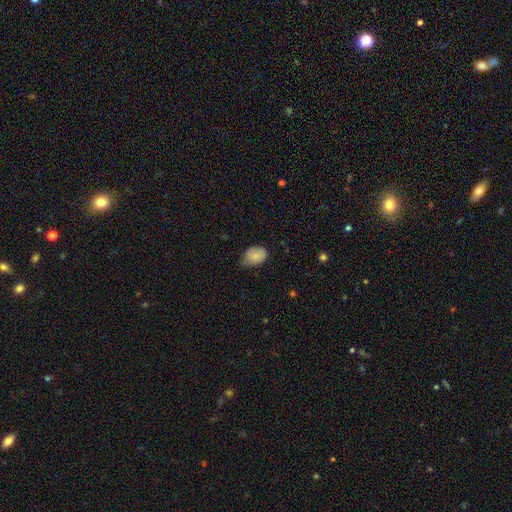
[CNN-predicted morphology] type=smooth (80%); roundness=in between (77%); merging=none (53%).